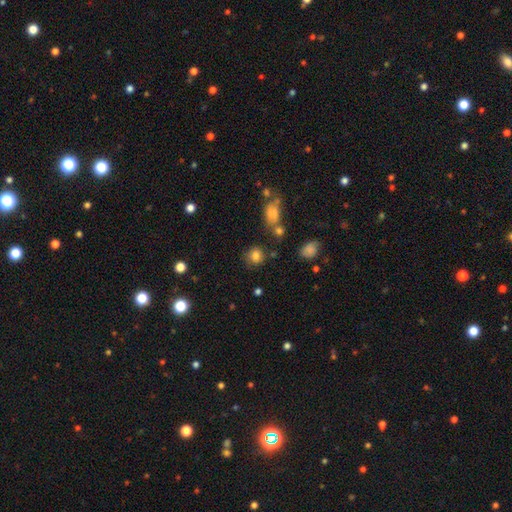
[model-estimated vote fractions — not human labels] This is clearly a smooth galaxy (80%). How rounded: clearly round (82%). Merging: likely none (78%).